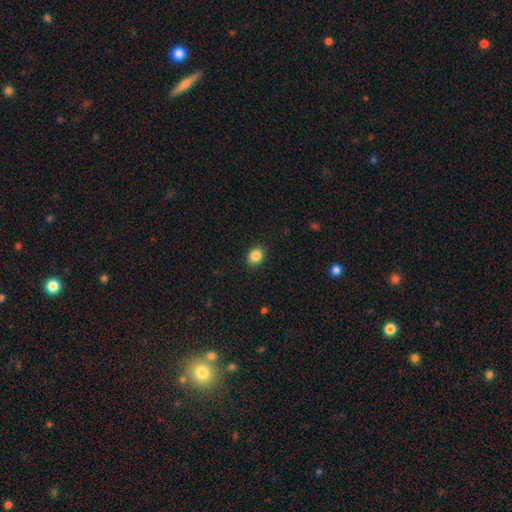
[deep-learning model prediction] This appears to be a smooth galaxy with no disk features (87%) that is in between round and cigar-shaped (51%). Merging: none (89%).